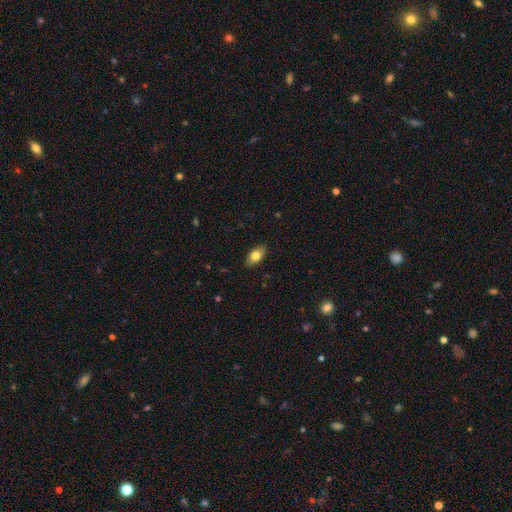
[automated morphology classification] Smooth or featured: smooth — 76% (featured or disk — 17%)
How rounded: in between — 90% (round — 6%)
Merging: none — 87% (minor disturbance — 10%)